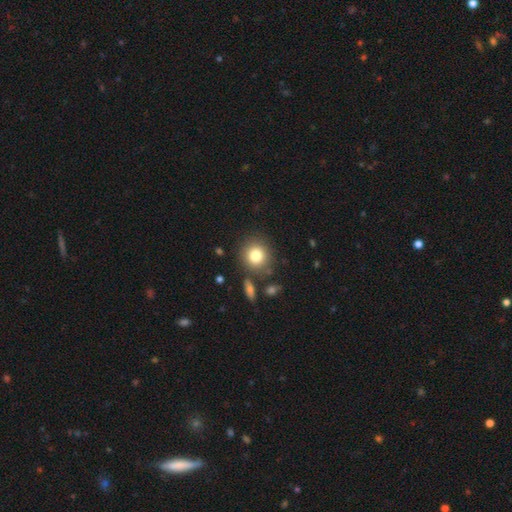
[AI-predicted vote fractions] This appears to be a smooth galaxy with no disk features (80%) that is round (89%). Merging: none (82%).